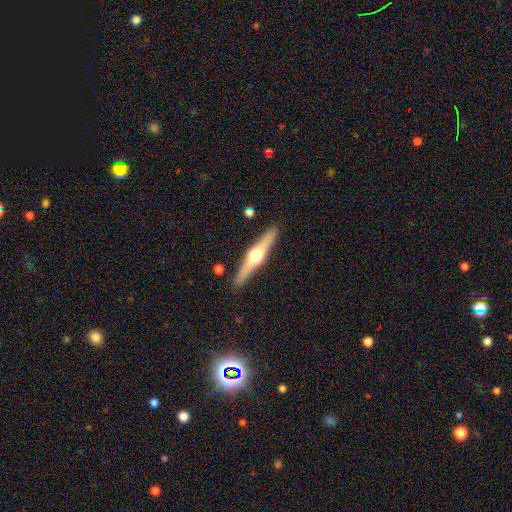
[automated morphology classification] A featured or disk galaxy (72%) viewed edge-on (97%) with a rounded central bulge (95%). Merging: none (89%).